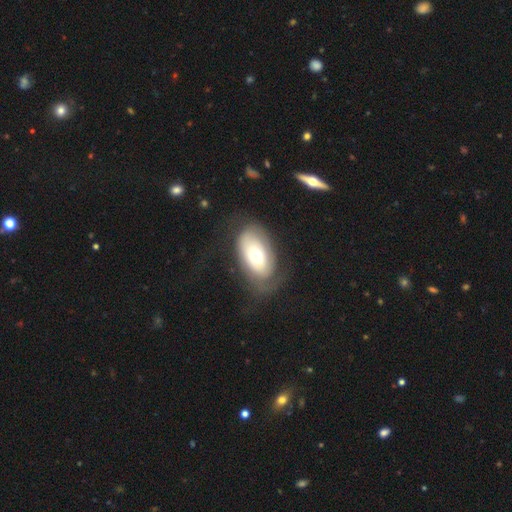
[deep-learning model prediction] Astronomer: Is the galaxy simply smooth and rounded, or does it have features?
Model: smooth — 48% (runner-up: featured or disk, 45%).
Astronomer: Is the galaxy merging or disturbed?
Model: none — 58%.